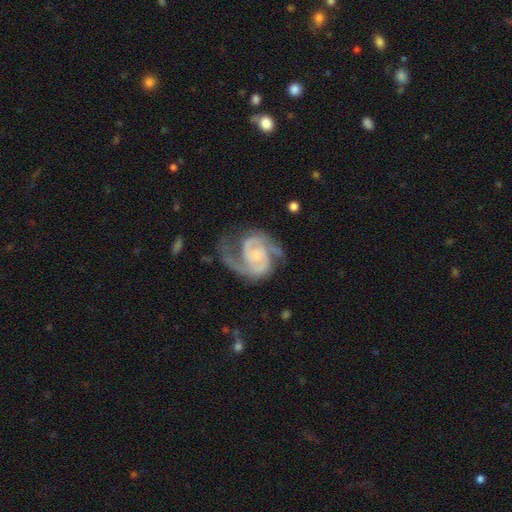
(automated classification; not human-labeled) This is clearly a featured or disk galaxy (92%). It is clearly not viewed edge-on (98%). Bar: likely no (61%). Spiral arm pattern: clearly yes (98%). Spiral arm count: clearly 2 (87%). Spiral winding: possibly medium (54%). Central bulge: likely small (61%). Merging: likely none (66%).